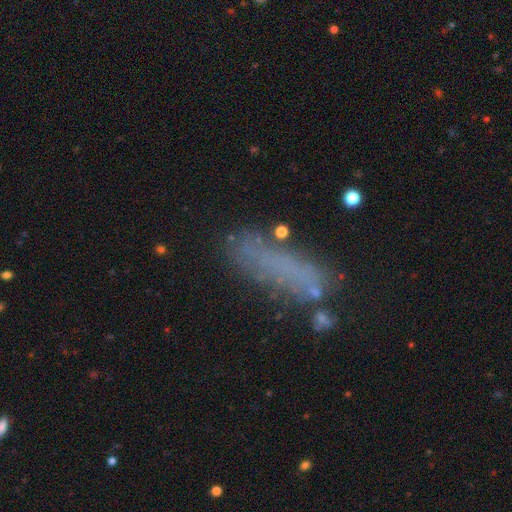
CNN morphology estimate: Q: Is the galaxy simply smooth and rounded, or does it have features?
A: smooth — 54%.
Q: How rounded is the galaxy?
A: cigar-shaped — 63%.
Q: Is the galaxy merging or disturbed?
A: none — 56%.